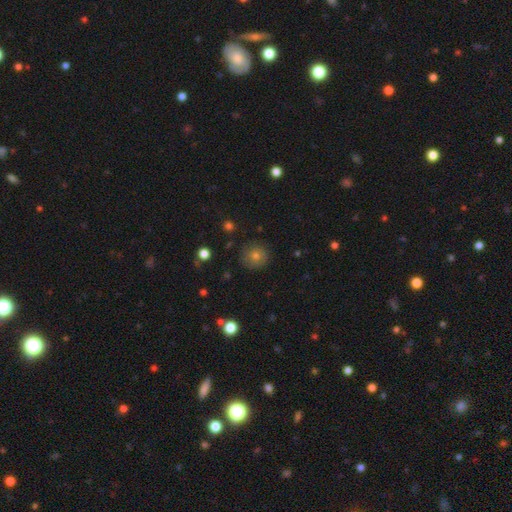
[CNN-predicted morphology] smooth-or-featured: smooth: 68% | featured or disk: 16% | star or artifact: 16%
  how-rounded: round: 91% | in between: 8% | cigar-shaped: 1%
  merging: none: 84% | minor disturbance: 11% | major disturbance: 3% | merger: 1%